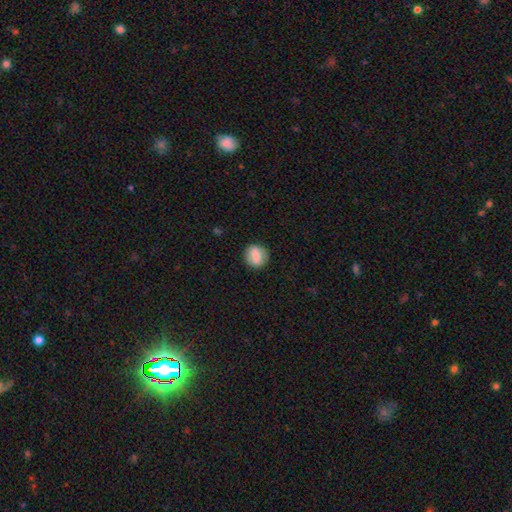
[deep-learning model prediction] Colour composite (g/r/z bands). It shows a smooth galaxy with no disk features (78%) that is round (77%). Merging: none (87%).